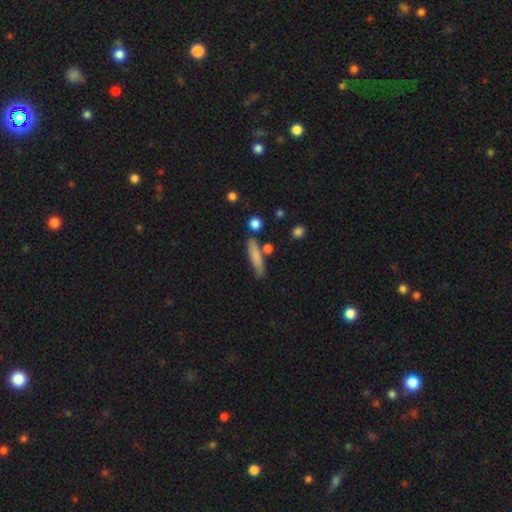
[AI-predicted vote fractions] The model was most divided on "merging": none: 73%, minor disturbance: 15%, merger: 8%, major disturbance: 4%. More confident: how rounded — cigar-shaped (81%); smooth or featured — smooth (76%).